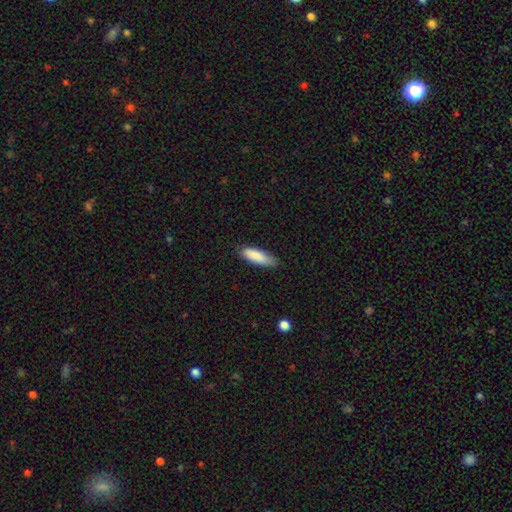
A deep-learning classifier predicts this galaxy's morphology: This is clearly a smooth galaxy (87%). How rounded: possibly cigar-shaped (50%). Merging: likely none (76%).